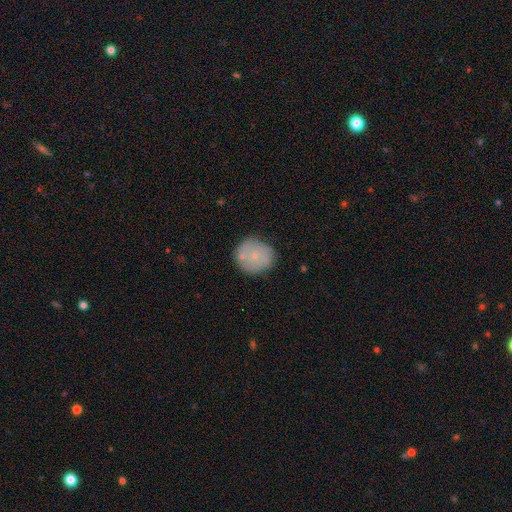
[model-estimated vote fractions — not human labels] Smooth or featured: smooth — 73% (featured or disk — 20%)
How rounded: round — 90% (in between — 9%)
Merging: none — 66% (minor disturbance — 19%)